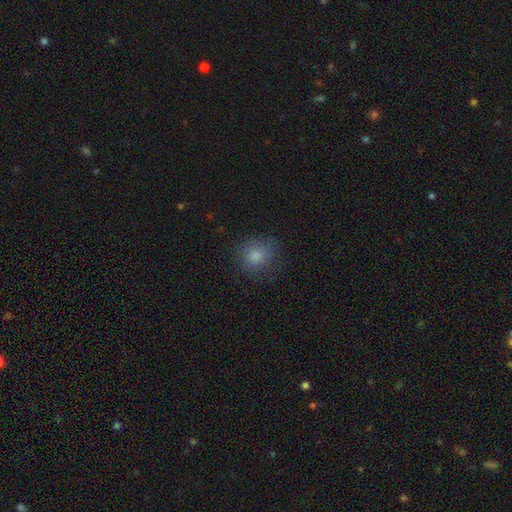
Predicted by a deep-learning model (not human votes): smooth 77%, star or artifact 15%, featured or disk 8%. Down the decision tree: how rounded — round (84%); merging — none (79%).